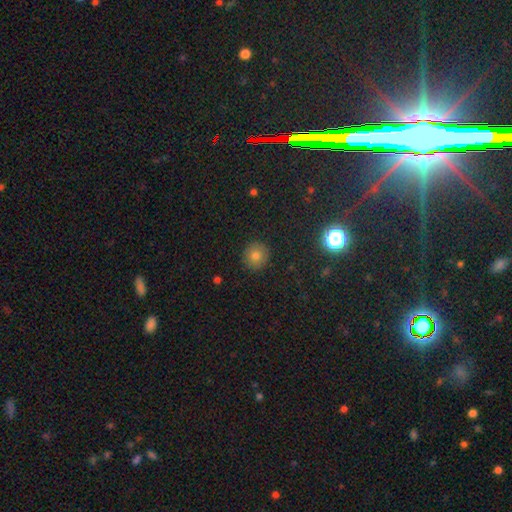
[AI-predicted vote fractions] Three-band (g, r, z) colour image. It shows a smooth galaxy with no disk features (74%) that is round (93%). Merging: none (91%).